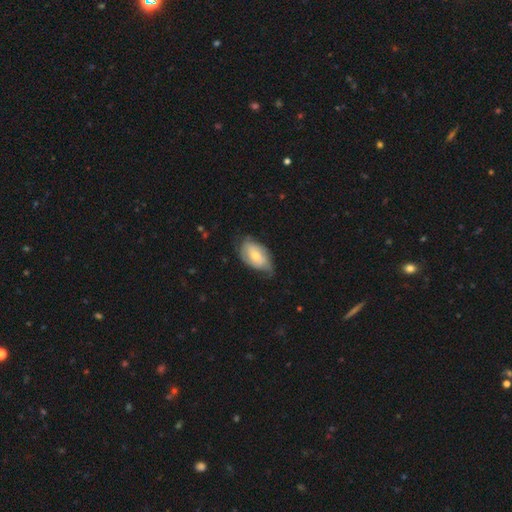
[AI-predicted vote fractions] This appears to be a smooth galaxy with no disk features (48%). Merging: none (49%).